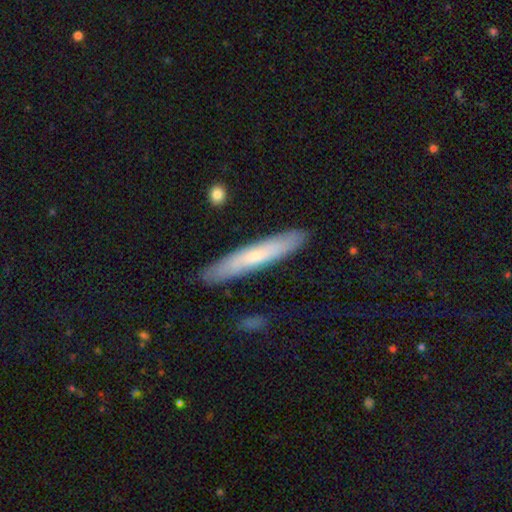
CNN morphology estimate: The model was most divided on "smooth or featured": smooth: 60%, featured or disk: 34%, star or artifact: 6%. More confident: how rounded — cigar-shaped (93%); merging — none (88%).